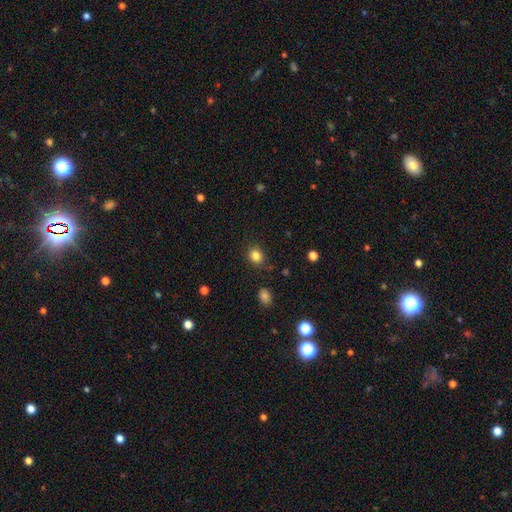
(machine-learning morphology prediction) Smooth or featured? Predicted: smooth (p=0.83). How rounded? Predicted: round (p=0.68). Merging? Predicted: none (p=0.84).